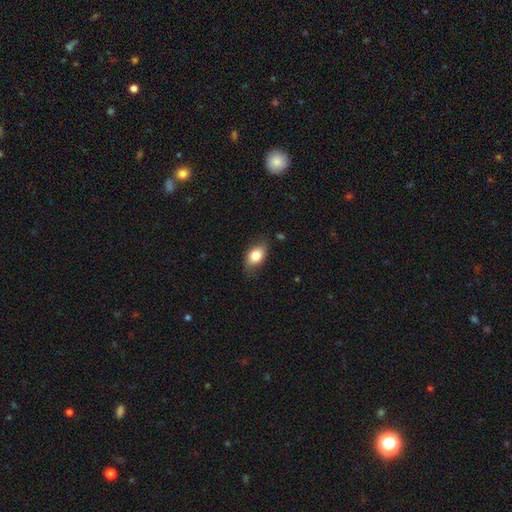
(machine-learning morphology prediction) smooth-or-featured: smooth: 80% | featured or disk: 13% | star or artifact: 7%
  how-rounded: in between: 86% | round: 11% | cigar-shaped: 2%
  merging: none: 75% | minor disturbance: 19% | major disturbance: 4% | merger: 1%